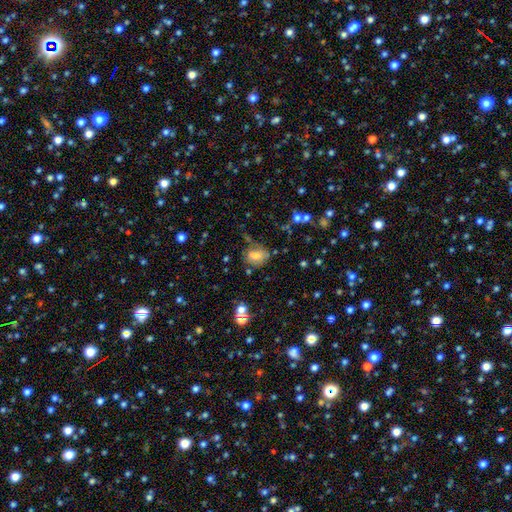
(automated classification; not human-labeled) Smooth or featured? smooth (66%)
How rounded? in between (54%)
Merging? none (54%)